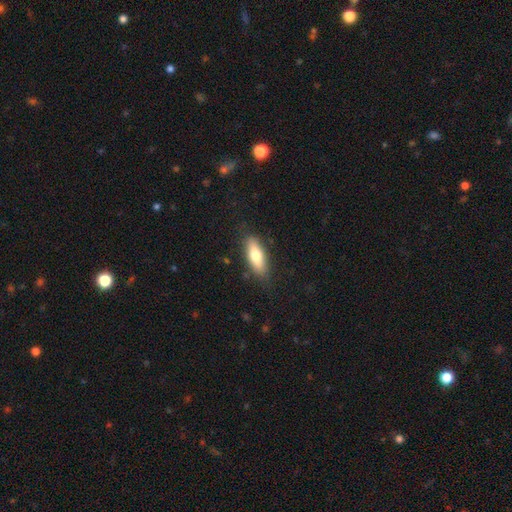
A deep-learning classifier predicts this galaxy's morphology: Smooth or featured? smooth (69%)
How rounded? in between (65%)
Merging? none (84%)